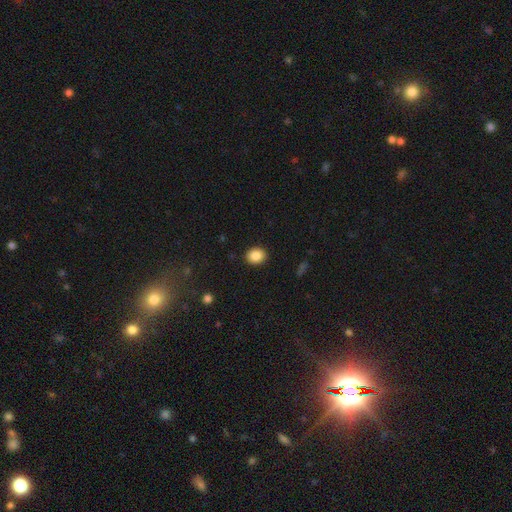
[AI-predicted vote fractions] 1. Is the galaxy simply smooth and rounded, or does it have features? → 87% smooth, 9% star or artifact, 4% featured or disk.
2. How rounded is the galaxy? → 61% round, 38% in between, 1% cigar-shaped.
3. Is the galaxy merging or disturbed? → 90% none, 7% minor disturbance, 2% major disturbance, 1% merger.